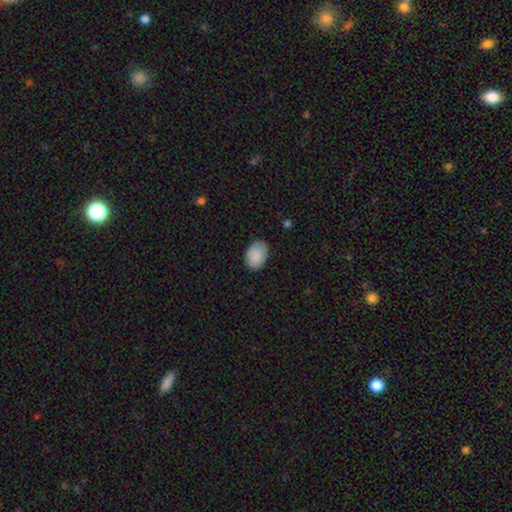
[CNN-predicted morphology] smooth-or-featured: smooth: 89% | star or artifact: 7% | featured or disk: 4%
  how-rounded: in between: 81% | round: 18% | cigar-shaped: 1%
  merging: none: 81% | minor disturbance: 16% | major disturbance: 3% | merger: 1%